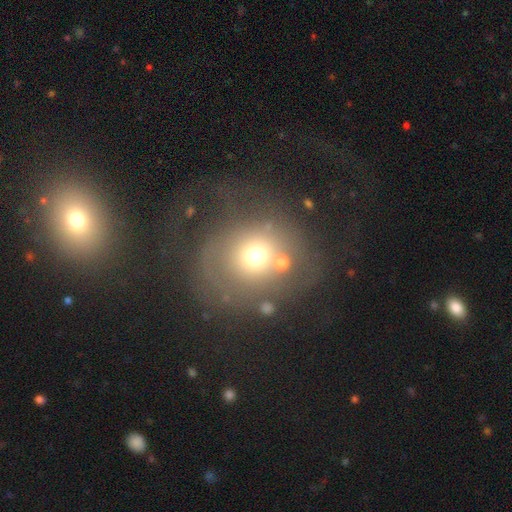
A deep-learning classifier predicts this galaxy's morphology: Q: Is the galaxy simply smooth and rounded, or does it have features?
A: smooth — 55%.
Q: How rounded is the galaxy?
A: round — 80%.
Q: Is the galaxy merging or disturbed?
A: none — 43%.